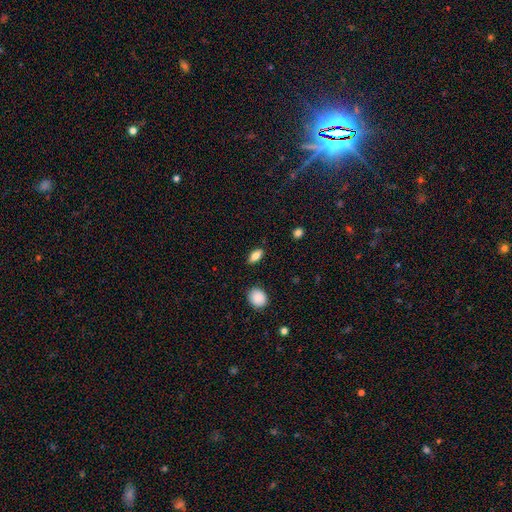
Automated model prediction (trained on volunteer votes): Smooth or featured: smooth — 80% (featured or disk — 12%)
How rounded: in between — 82% (cigar-shaped — 13%)
Merging: none — 87% (minor disturbance — 9%)